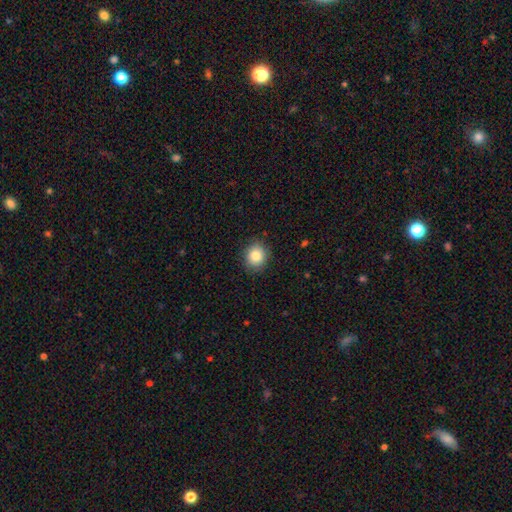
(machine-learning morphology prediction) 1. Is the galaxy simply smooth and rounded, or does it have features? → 85% smooth, 9% star or artifact, 6% featured or disk.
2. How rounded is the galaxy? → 79% round, 20% in between, 1% cigar-shaped.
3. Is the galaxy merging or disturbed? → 88% none, 9% minor disturbance, 2% major disturbance, 1% merger.